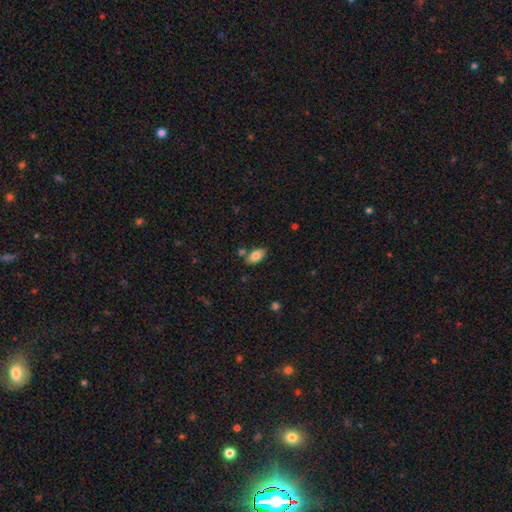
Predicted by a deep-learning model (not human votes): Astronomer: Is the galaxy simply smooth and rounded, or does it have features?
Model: smooth — 81%.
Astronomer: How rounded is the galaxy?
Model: in between — 92%.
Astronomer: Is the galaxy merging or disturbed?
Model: none — 75%.